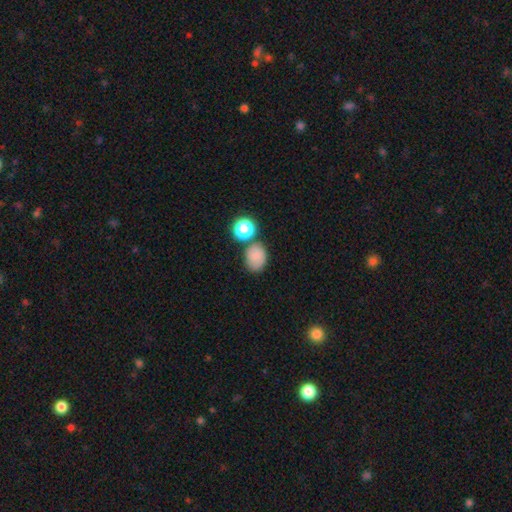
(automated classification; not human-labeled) The model was most divided on "how rounded": in between: 56%, round: 43%, cigar-shaped: 1%. More confident: smooth or featured — smooth (76%); merging — none (66%).